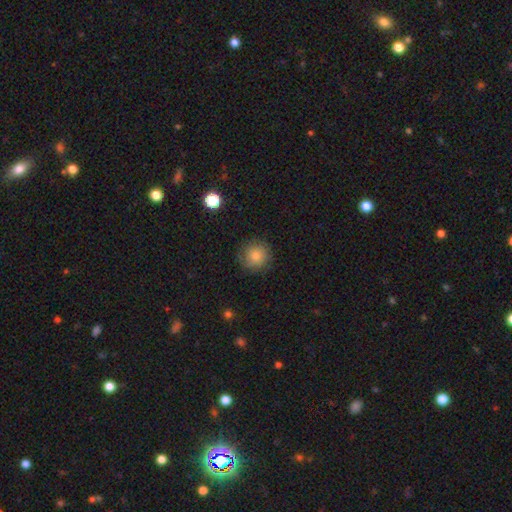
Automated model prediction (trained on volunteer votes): Smooth or featured?
  - smooth: 73% *
  - featured or disk: 16%
  - star or artifact: 11%
How rounded?
  - round: 93% *
  - in between: 6%
  - cigar-shaped: 1%
Merging?
  - none: 82% *
  - minor disturbance: 13%
  - major disturbance: 4%
  - merger: 1%